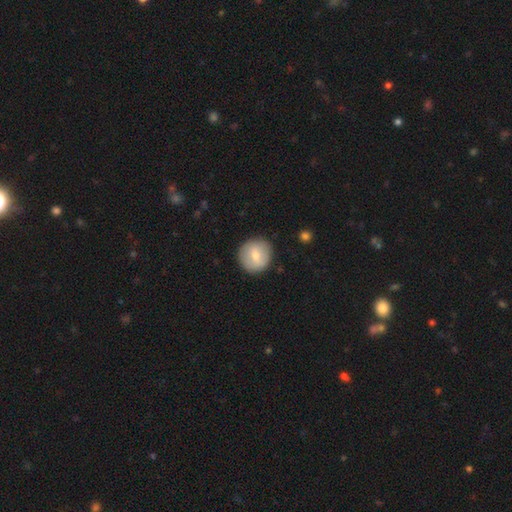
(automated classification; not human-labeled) Smooth or featured: smooth — 67% (featured or disk — 26%)
How rounded: round — 92% (in between — 7%)
Merging: none — 87% (minor disturbance — 10%)